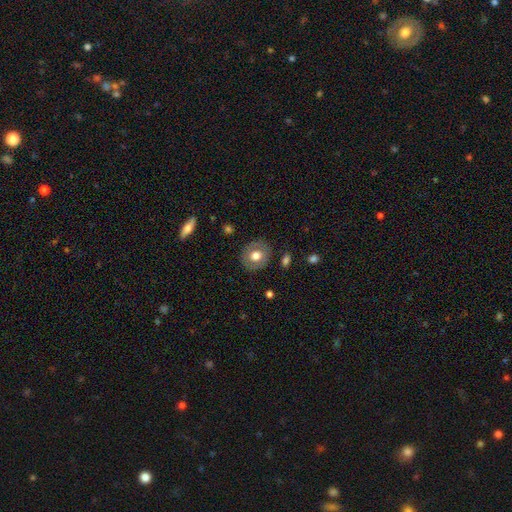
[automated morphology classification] Q: Smooth or featured?
A: smooth (61%); runner-up: featured or disk (31%)
Q: How rounded?
A: round (78%); runner-up: in between (21%)
Q: Merging?
A: none (85%); runner-up: minor disturbance (10%)